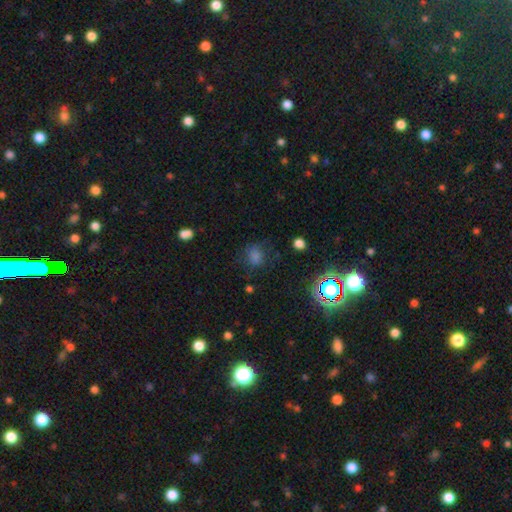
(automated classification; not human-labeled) smooth 56%, star or artifact 33%, featured or disk 10%. Down the decision tree: how rounded — round (66%); merging — none (72%).